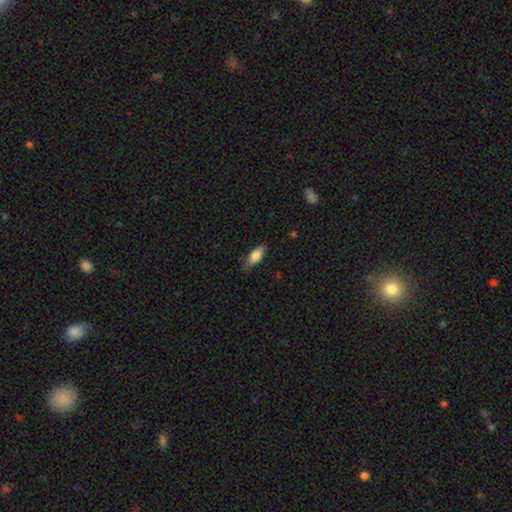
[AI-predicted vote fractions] This appears to be a smooth galaxy with no disk features (81%) that is in between round and cigar-shaped (80%). Merging: none (74%).